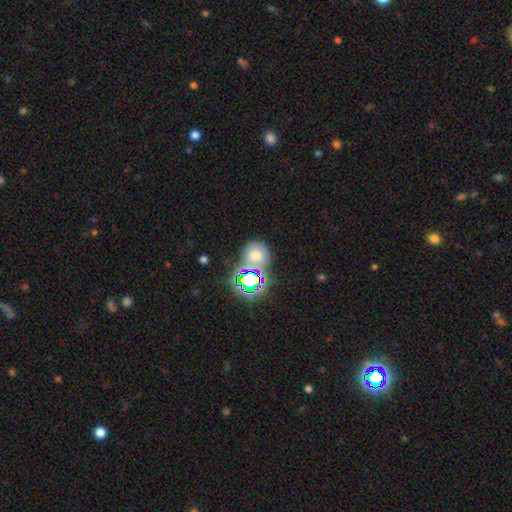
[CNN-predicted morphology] A smooth galaxy with no disk features (59%) that is round (76%). Merging: none (59%).